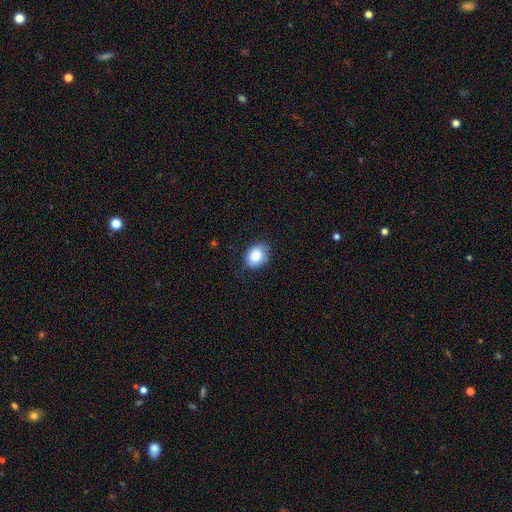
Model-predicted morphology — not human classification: Smooth or featured? Predicted: smooth (p=0.85). How rounded? Predicted: in between (p=0.52). Merging? Predicted: none (p=0.70).